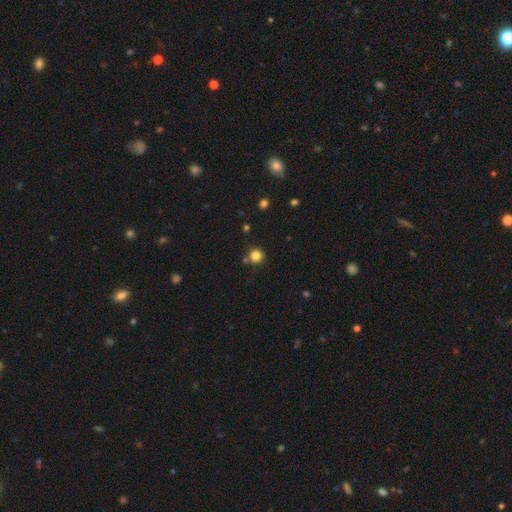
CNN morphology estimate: Smooth or featured: smooth — 82% (star or artifact — 13%)
How rounded: round — 94% (in between — 6%)
Merging: none — 81% (merger — 9%)